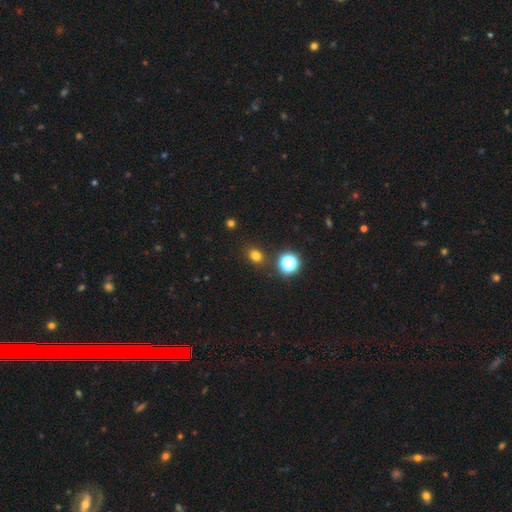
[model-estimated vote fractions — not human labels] Morphology: type=smooth (75%); roundness=round (60%); merging=none (86%).